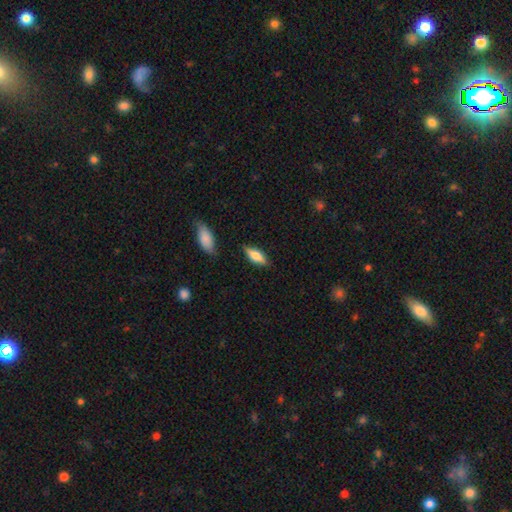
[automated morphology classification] This is likely a smooth galaxy (65%). How rounded: likely in between (67%). Merging: clearly none (82%).